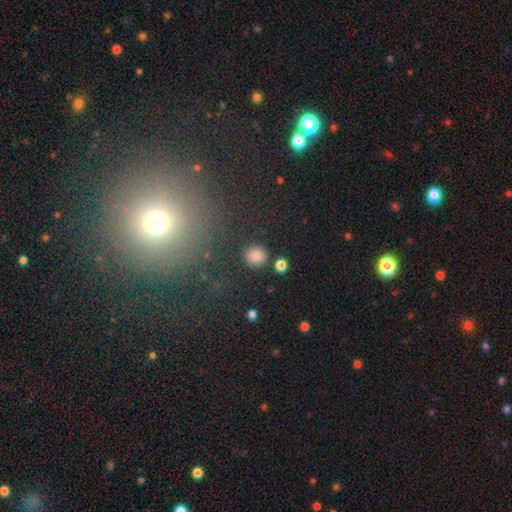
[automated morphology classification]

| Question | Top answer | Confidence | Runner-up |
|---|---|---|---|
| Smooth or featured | smooth | 84% | star or artifact (12%) |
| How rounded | round | 93% | in between (6%) |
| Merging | none | 87% | minor disturbance (6%) |